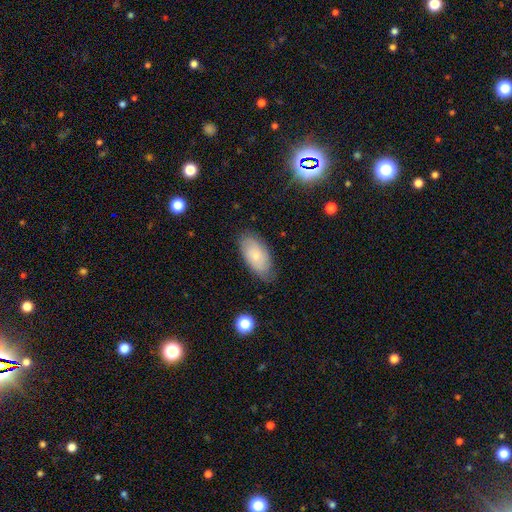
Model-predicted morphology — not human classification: Smooth or featured: smooth — 60% (featured or disk — 33%)
How rounded: in between — 93% (cigar-shaped — 4%)
Merging: none — 75% (minor disturbance — 20%)